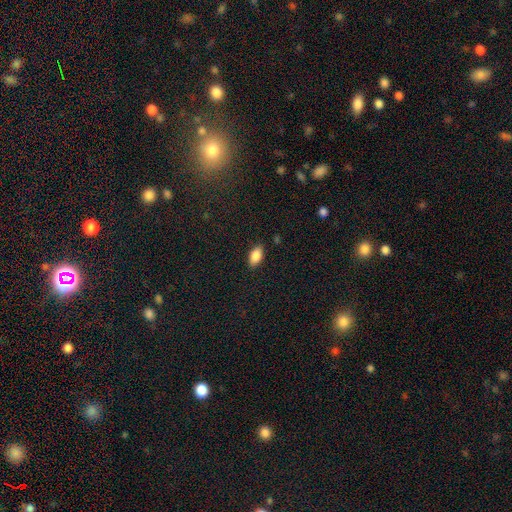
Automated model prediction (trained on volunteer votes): This is clearly a smooth galaxy (87%). How rounded: clearly in between (92%). Merging: clearly none (86%).